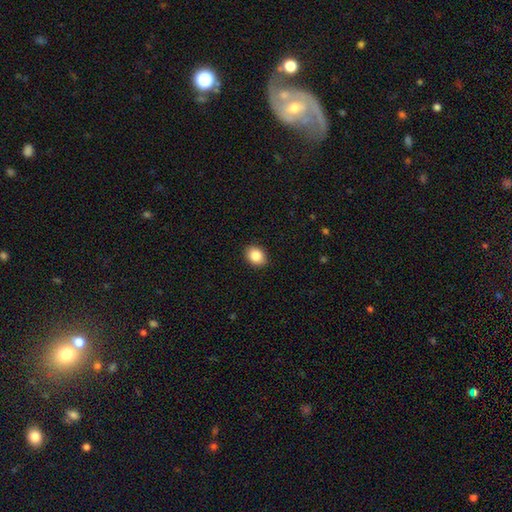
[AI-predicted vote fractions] Smooth or featured?
  - smooth: 86% *
  - star or artifact: 8%
  - featured or disk: 6%
How rounded?
  - in between: 60% *
  - round: 39%
  - cigar-shaped: 1%
Merging?
  - none: 90% *
  - minor disturbance: 7%
  - major disturbance: 2%
  - merger: 1%